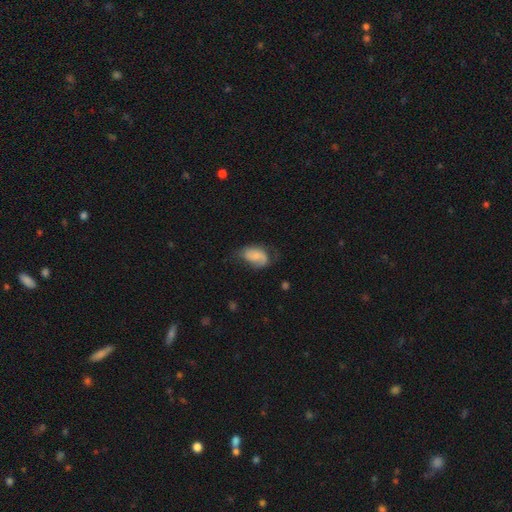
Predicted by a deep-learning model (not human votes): A smooth galaxy with no disk features (51%) that is in between round and cigar-shaped (88%). Merging: none (43%).